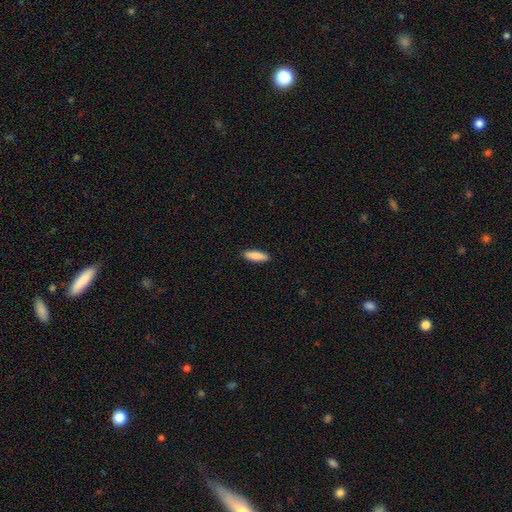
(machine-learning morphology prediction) This appears to be a smooth galaxy with no disk features (86%) that is cigar-shaped (53%). Merging: none (90%).